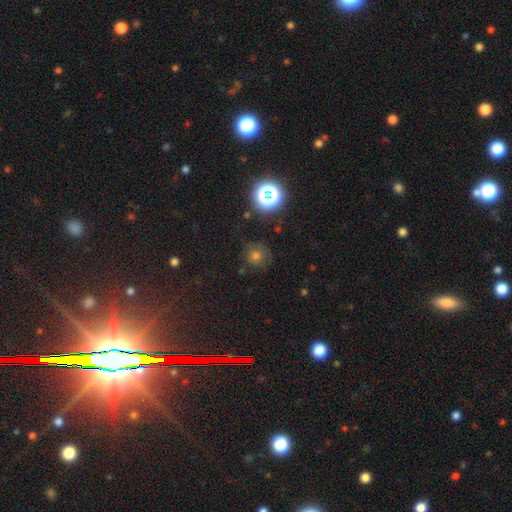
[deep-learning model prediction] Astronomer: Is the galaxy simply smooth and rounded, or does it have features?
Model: smooth — 54% (runner-up: star or artifact, 32%).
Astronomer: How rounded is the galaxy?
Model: round — 90%.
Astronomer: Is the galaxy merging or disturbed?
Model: none — 75%.